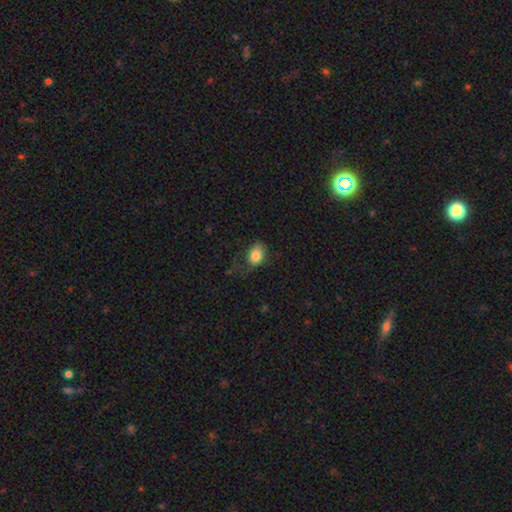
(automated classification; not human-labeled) smooth 81%, featured or disk 10%, star or artifact 8%. Down the decision tree: how rounded — in between (79%); merging — none (48%).